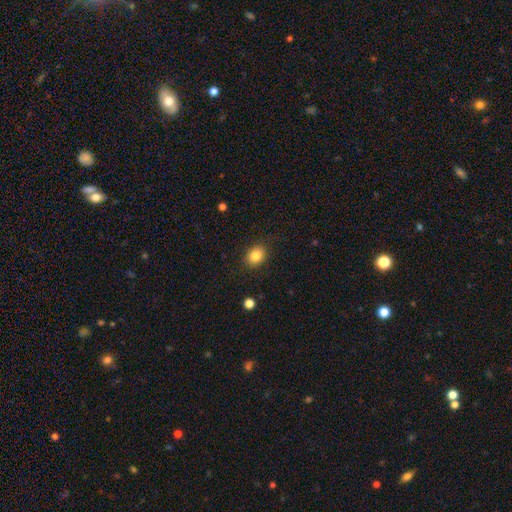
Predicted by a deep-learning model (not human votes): smooth_or_featured: smooth (p=0.84) [alt: star or artifact p=0.10]
how_rounded: in between (p=0.55) [alt: round p=0.45]
merging: none (p=0.87) [alt: minor disturbance p=0.09]